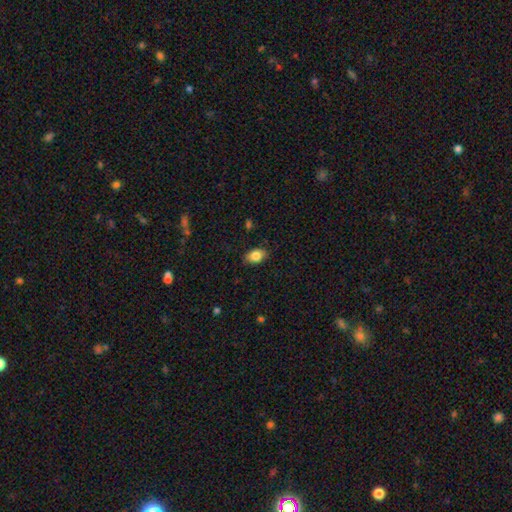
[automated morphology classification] Smooth or featured? Predicted: smooth (p=0.83). How rounded? Predicted: in between (p=0.83). Merging? Predicted: none (p=0.85).